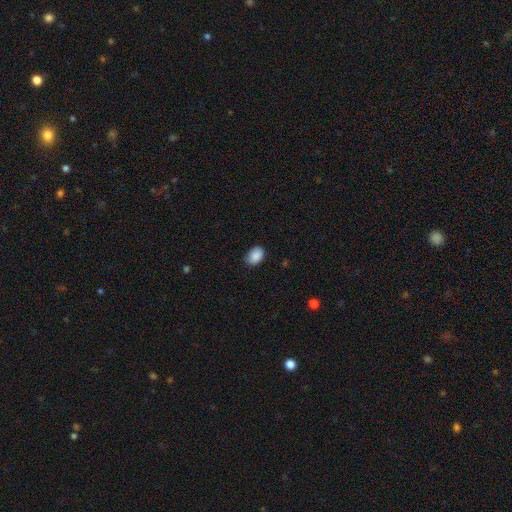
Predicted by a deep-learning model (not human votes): A smooth galaxy with no disk features (89%) that is in between round and cigar-shaped (79%).

Vote fractions:
- Smooth or featured? smooth: 89% / star or artifact: 7% / featured or disk: 4%
- How rounded? in between: 79% / round: 20% / cigar-shaped: 1%
- Merging? none: 78% / minor disturbance: 18% / major disturbance: 3% / merger: 1%